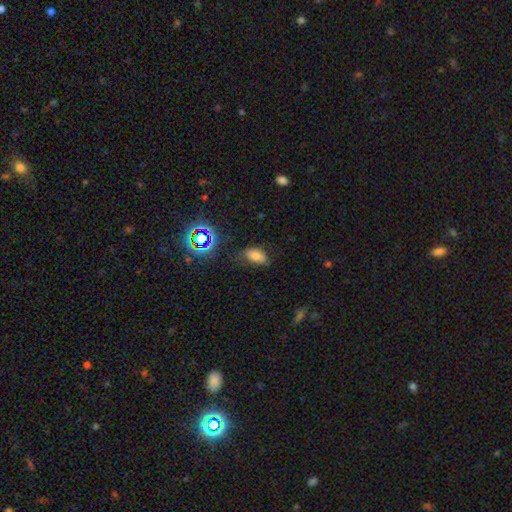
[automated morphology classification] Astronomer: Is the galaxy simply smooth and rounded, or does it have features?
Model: smooth — 71%.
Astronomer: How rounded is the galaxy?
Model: in between — 90%.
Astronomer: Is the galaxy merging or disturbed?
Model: none — 60%.